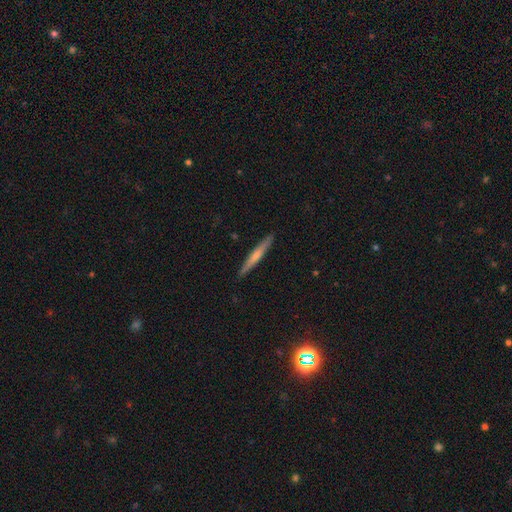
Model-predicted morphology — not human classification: featured or disk 52%, smooth 42%, star or artifact 6%. Down the decision tree: edge-on disk — yes (97%); merging — none (91%).